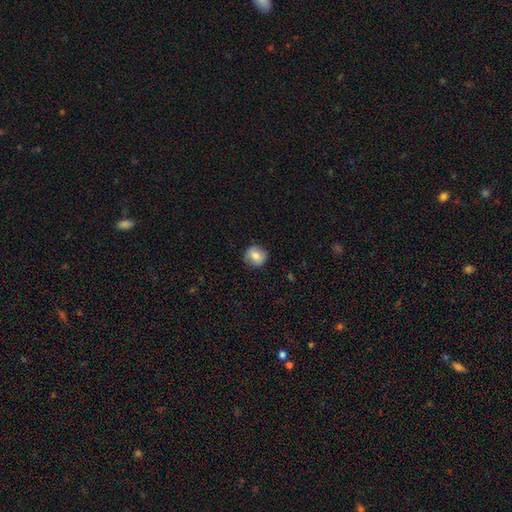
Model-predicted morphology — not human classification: Q: Smooth or featured?
A: smooth (79%); runner-up: featured or disk (13%)
Q: How rounded?
A: round (84%); runner-up: in between (15%)
Q: Merging?
A: none (84%); runner-up: minor disturbance (12%)